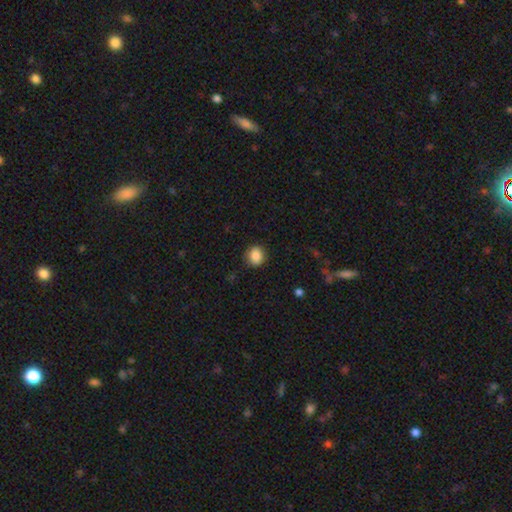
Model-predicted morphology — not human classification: Overall: smooth (87%). How rounded: round (76%). Merging: none (87%).